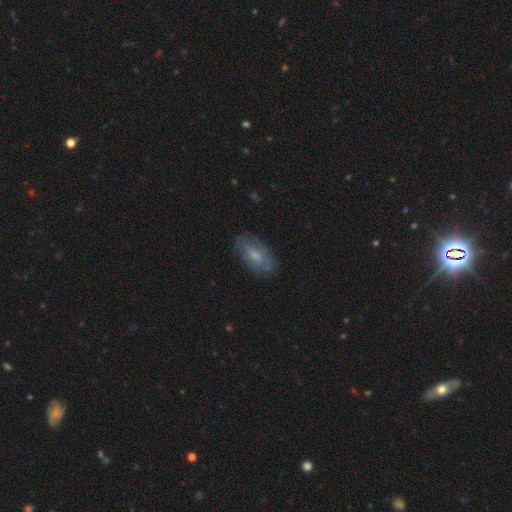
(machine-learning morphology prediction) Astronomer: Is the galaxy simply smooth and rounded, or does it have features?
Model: smooth — 56% (runner-up: featured or disk, 37%).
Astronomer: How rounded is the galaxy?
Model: in between — 89%.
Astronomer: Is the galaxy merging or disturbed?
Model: none — 73%.